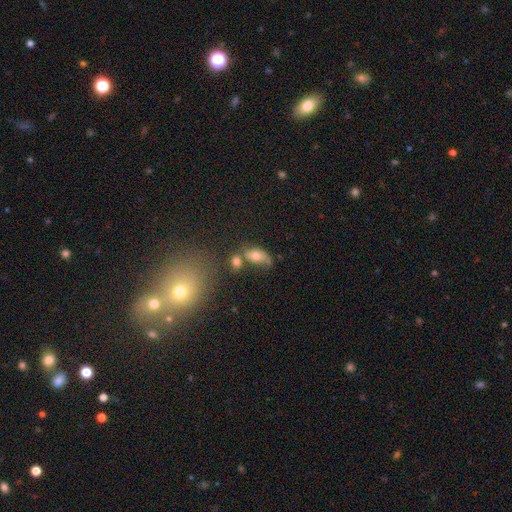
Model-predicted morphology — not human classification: The model was most divided on "merging": none: 37%, merger: 26%, minor disturbance: 21%, major disturbance: 16%. More confident: how rounded — in between (84%); smooth or featured — smooth (62%).